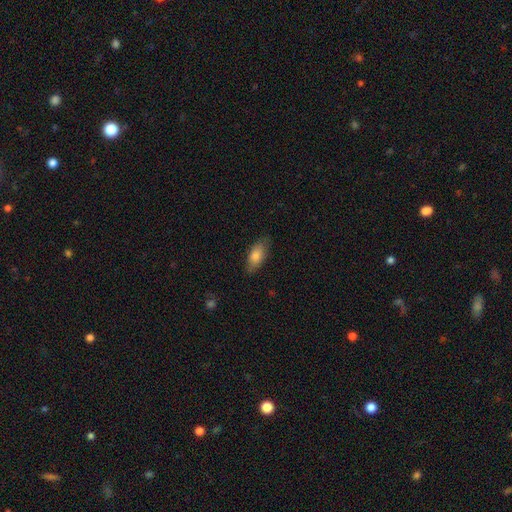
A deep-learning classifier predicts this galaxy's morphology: Q: Smooth or featured?
A: smooth (80%); runner-up: featured or disk (13%)
Q: How rounded?
A: in between (87%); runner-up: cigar-shaped (11%)
Q: Merging?
A: none (80%); runner-up: minor disturbance (16%)